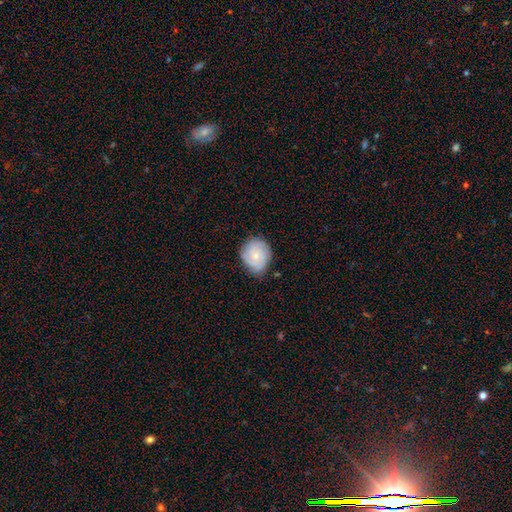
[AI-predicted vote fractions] Smooth or featured: featured or disk — 54% (smooth — 39%)
Edge-on disk: no — 98% (yes — 2%)
Bar: no — 79% (weak — 18%)
Spiral arms: yes — 89% (no — 11%)
Bulge size: small — 65% (moderate — 30%)
Merging: none — 70% (minor disturbance — 24%)